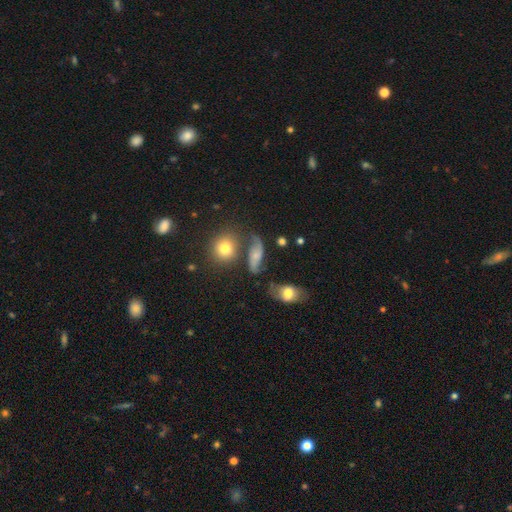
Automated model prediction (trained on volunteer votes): This appears to be a featured or disk galaxy (50%). Merging: none (55%).